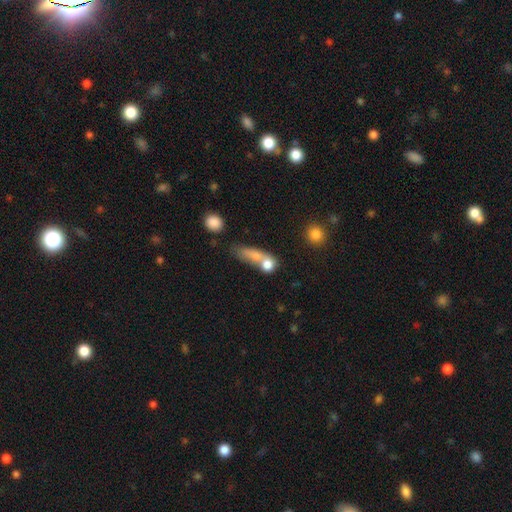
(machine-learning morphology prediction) A smooth galaxy with no disk features (71%) that is in between round and cigar-shaped (44%). Merging: merger (45%).